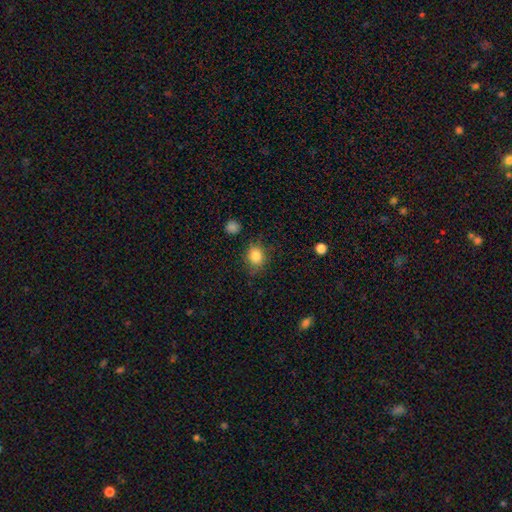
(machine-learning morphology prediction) A smooth galaxy with no disk features (84%) that is round (64%).

Vote fractions:
- Smooth or featured? smooth: 84% / star or artifact: 10% / featured or disk: 6%
- How rounded? round: 64% / in between: 35% / cigar-shaped: 1%
- Merging? none: 74% / minor disturbance: 19% / major disturbance: 5% / merger: 2%